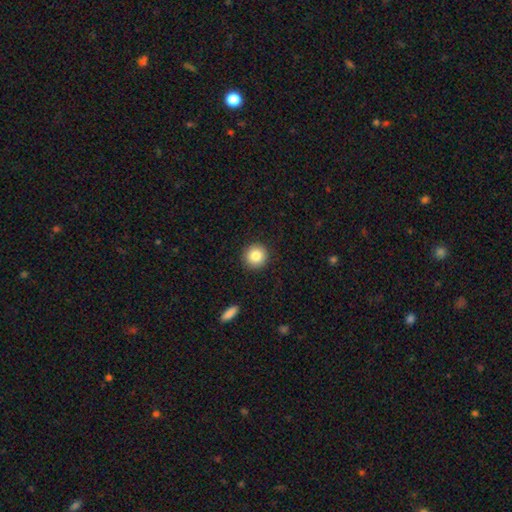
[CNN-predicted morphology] A smooth galaxy with no disk features (85%) that is round (94%). Merging: none (91%).